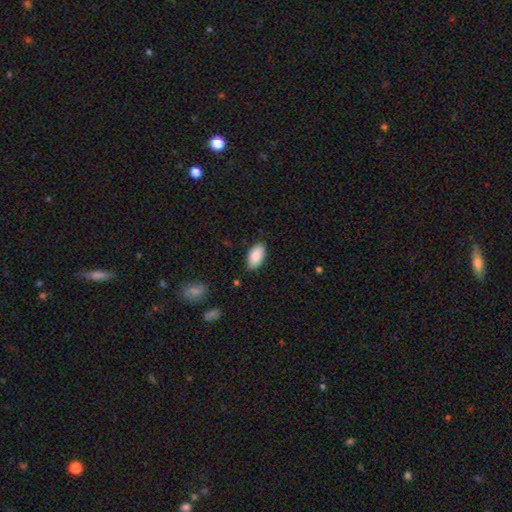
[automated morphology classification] Smooth or featured?
  - smooth: 89% *
  - star or artifact: 6%
  - featured or disk: 5%
How rounded?
  - in between: 95% *
  - cigar-shaped: 3%
  - round: 2%
Merging?
  - none: 86% *
  - minor disturbance: 11%
  - major disturbance: 2%
  - merger: 1%